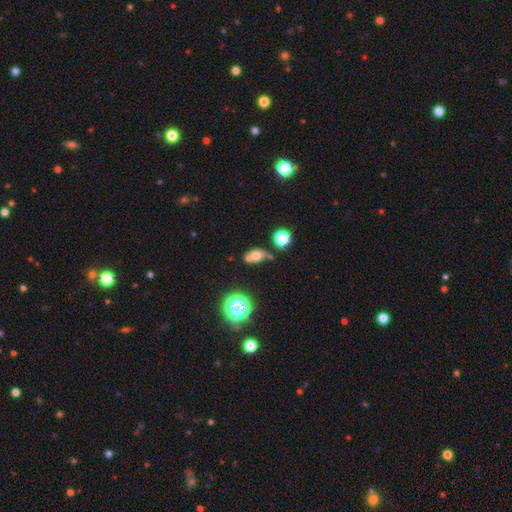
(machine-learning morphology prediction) Q: Smooth or featured?
A: smooth (64%); runner-up: featured or disk (19%)
Q: How rounded?
A: in between (64%); runner-up: round (33%)
Q: Merging?
A: none (40%); runner-up: merger (34%)